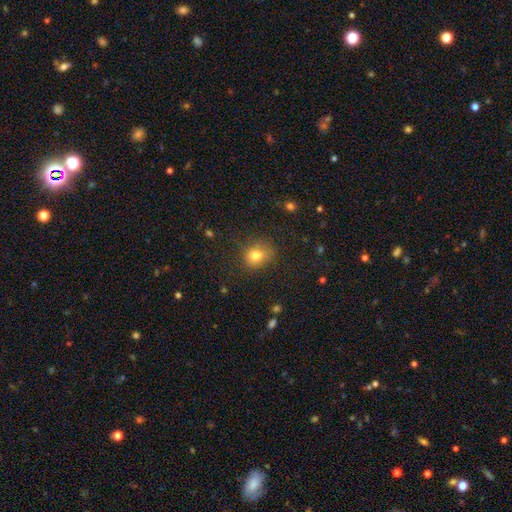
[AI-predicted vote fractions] smooth 78%, star or artifact 13%, featured or disk 9%. Down the decision tree: how rounded — round (61%); merging — none (68%).